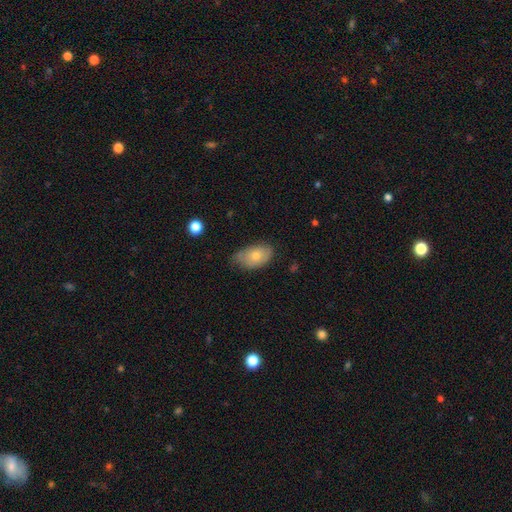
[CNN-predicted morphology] smooth 68%, featured or disk 24%, star or artifact 8%. Down the decision tree: how rounded — in between (90%); merging — none (57%).